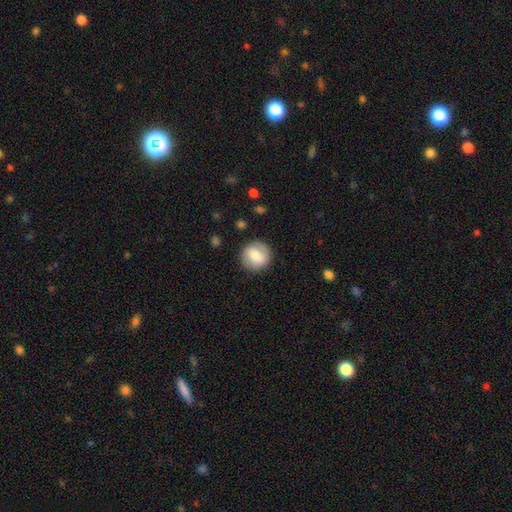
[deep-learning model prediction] Morphology: type=smooth (70%); roundness=round (89%); merging=none (87%).